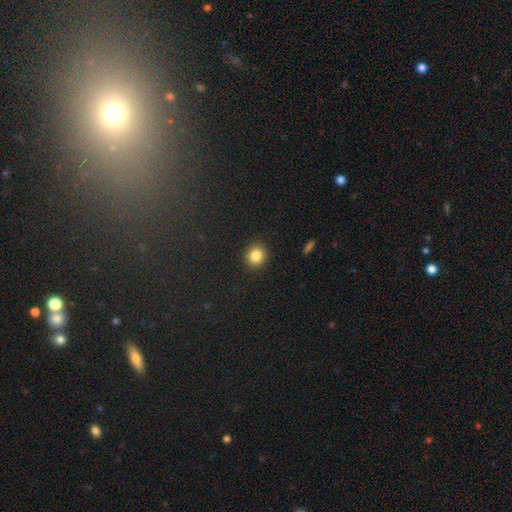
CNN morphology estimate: A smooth galaxy with no disk features (85%) that is round (86%). Merging: none (91%).